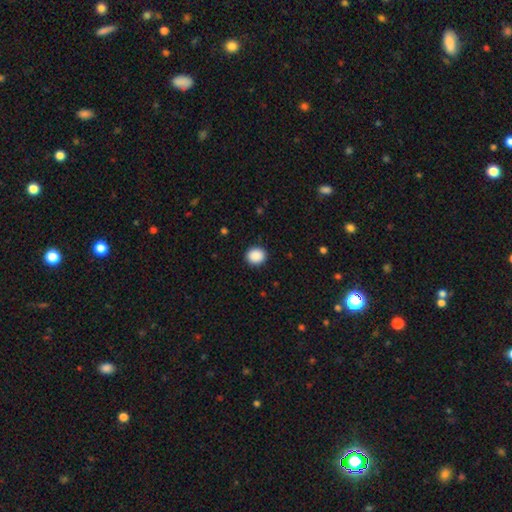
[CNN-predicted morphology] Smooth or featured? Predicted: smooth (p=0.90). How rounded? Predicted: round (p=0.81). Merging? Predicted: none (p=0.91).